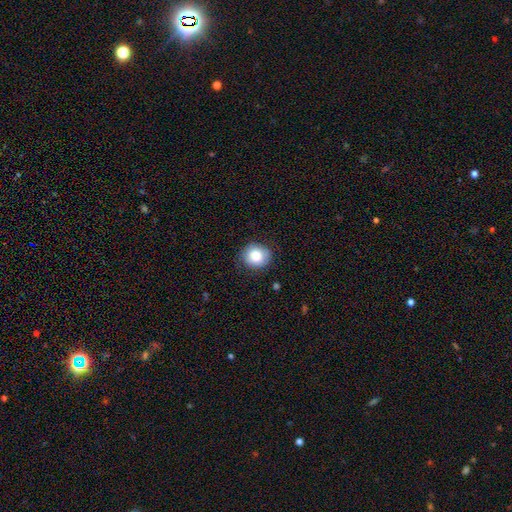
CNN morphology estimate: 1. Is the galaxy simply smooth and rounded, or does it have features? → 81% smooth, 11% featured or disk, 8% star or artifact.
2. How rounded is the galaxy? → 80% round, 19% in between, 1% cigar-shaped.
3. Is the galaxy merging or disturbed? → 80% none, 16% minor disturbance, 4% major disturbance, 1% merger.